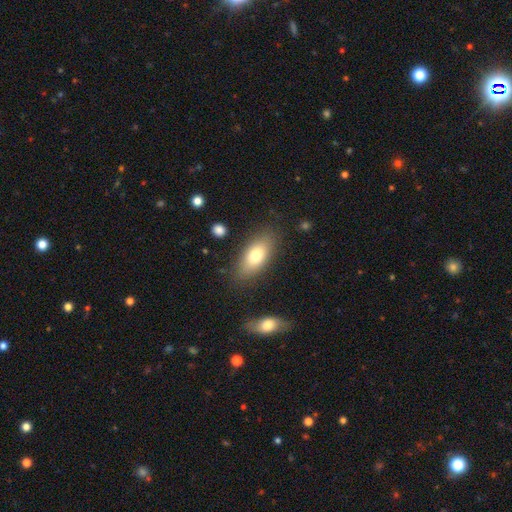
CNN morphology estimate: Smooth or featured: smooth — 75% (featured or disk — 17%)
How rounded: in between — 86% (cigar-shaped — 10%)
Merging: none — 82% (minor disturbance — 12%)